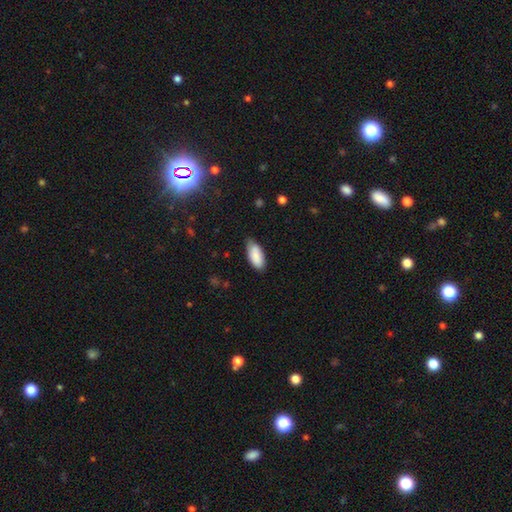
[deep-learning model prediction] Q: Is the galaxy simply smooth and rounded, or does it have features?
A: smooth — 87%.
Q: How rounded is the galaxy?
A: in between — 88%.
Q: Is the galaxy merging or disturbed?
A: none — 69%.